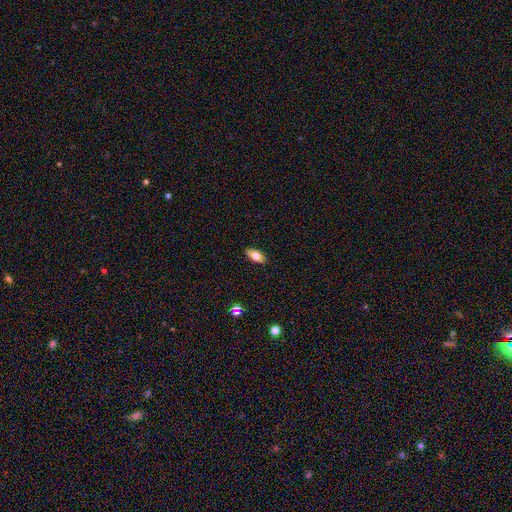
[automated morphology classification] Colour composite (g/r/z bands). It shows a smooth galaxy with no disk features (73%) that is in between round and cigar-shaped (85%). Merging: none (89%).